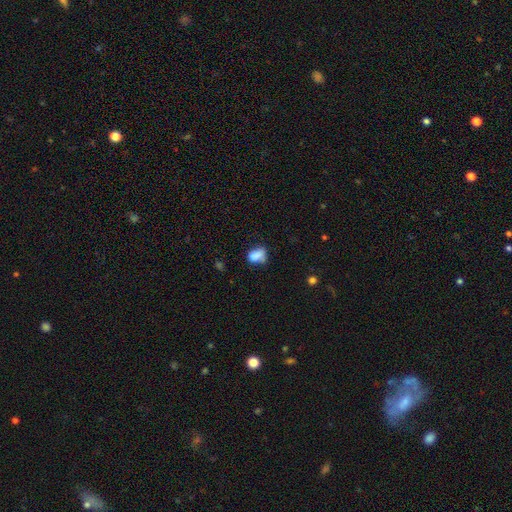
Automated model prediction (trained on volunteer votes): Overall: smooth (76%). How rounded: in between (78%). Merging: none (35%; minor disturbance 29%).